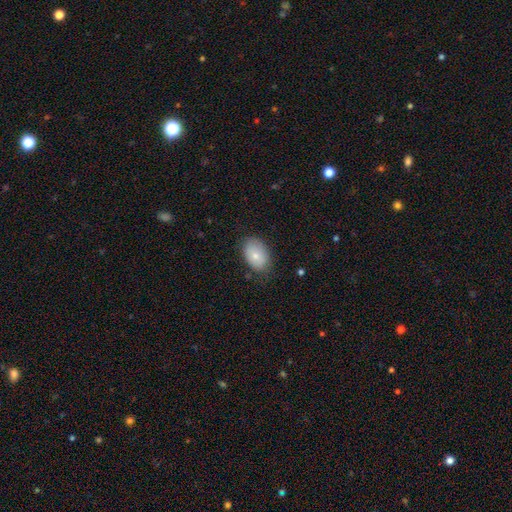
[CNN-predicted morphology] A smooth galaxy with no disk features (75%) that is in between round and cigar-shaped (86%). Merging: none (75%).